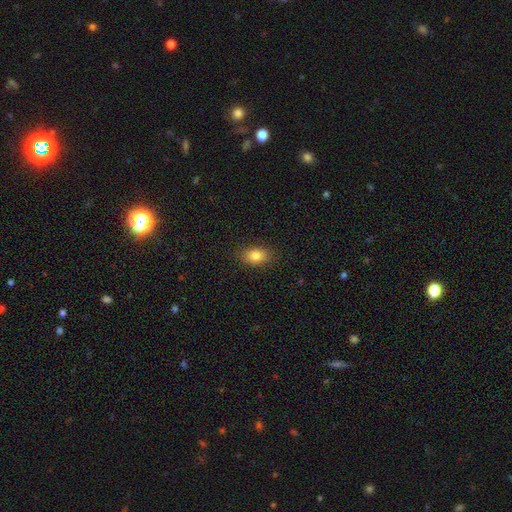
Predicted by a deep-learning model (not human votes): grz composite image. It shows a smooth galaxy with no disk features (83%) that is in between round and cigar-shaped (82%). Merging: none (87%).